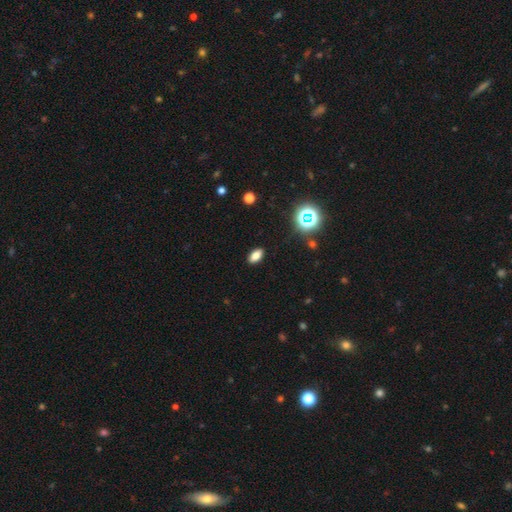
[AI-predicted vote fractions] This appears to be a smooth galaxy with no disk features (76%) that is in between round and cigar-shaped (88%). Merging: none (90%).